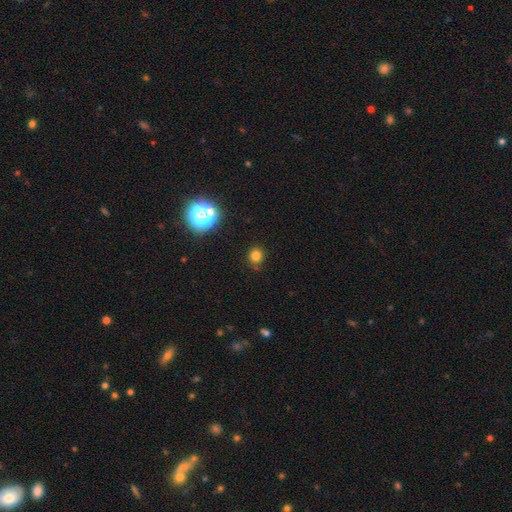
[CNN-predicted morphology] Smooth or featured?
  - smooth: 76% *
  - star or artifact: 18%
  - featured or disk: 5%
How rounded?
  - round: 86% *
  - in between: 13%
  - cigar-shaped: 1%
Merging?
  - none: 83% *
  - minor disturbance: 11%
  - major disturbance: 3%
  - merger: 2%